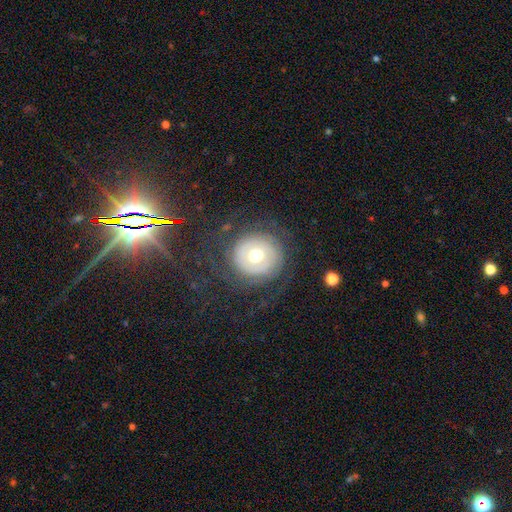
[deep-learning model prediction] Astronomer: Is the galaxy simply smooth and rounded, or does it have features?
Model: featured or disk — 55% (runner-up: smooth, 35%).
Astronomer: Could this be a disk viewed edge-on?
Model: no — 97%.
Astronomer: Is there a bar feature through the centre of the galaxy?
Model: no — 83%.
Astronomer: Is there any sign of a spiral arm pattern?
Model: yes — 55% (runner-up: no, 45%).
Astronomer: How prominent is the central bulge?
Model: moderate — 72%.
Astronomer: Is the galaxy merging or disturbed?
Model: none — 72%.